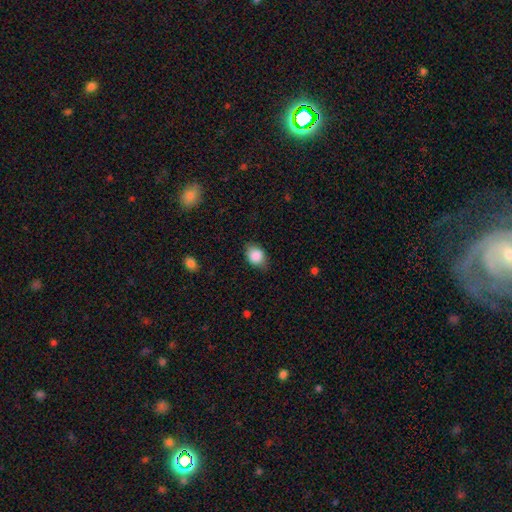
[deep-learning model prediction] Morphology: type=smooth (88%); roundness=in between (65%); merging=none (77%).